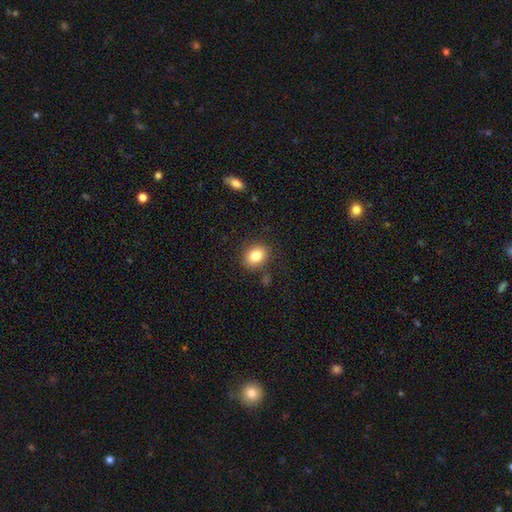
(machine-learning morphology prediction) Smooth or featured? smooth (83%)
How rounded? in between (50%)
Merging? none (84%)